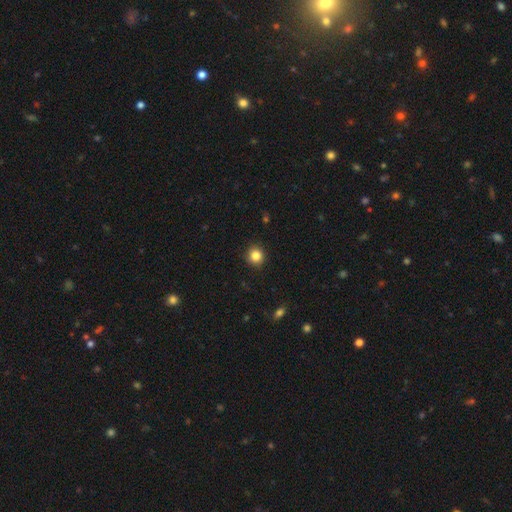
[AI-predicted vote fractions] Smooth or featured?
  - smooth: 85% *
  - star or artifact: 11%
  - featured or disk: 5%
How rounded?
  - round: 90% *
  - in between: 9%
  - cigar-shaped: 1%
Merging?
  - none: 91% *
  - minor disturbance: 6%
  - major disturbance: 2%
  - merger: 1%